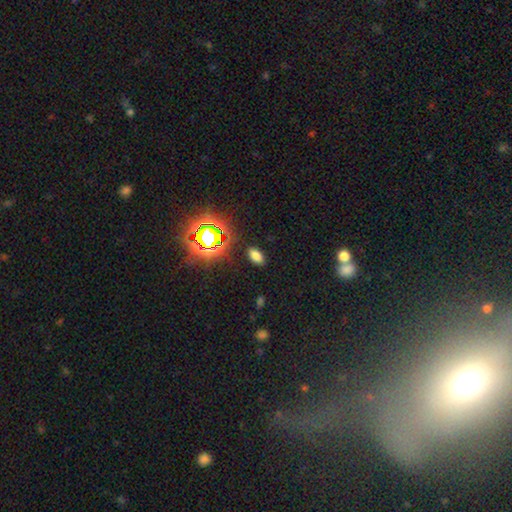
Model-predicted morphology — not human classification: smooth-or-featured: smooth: 69% | star or artifact: 25% | featured or disk: 6%
  how-rounded: in between: 91% | round: 6% | cigar-shaped: 3%
  merging: none: 88% | minor disturbance: 8% | major disturbance: 3% | merger: 2%